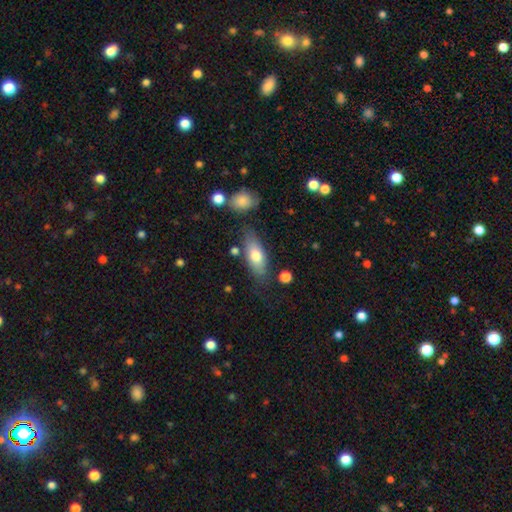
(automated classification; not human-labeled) Smooth or featured? smooth (72%)
How rounded? in between (76%)
Merging? none (71%)